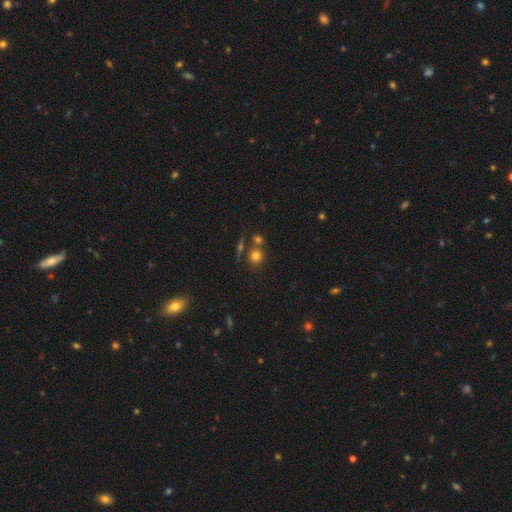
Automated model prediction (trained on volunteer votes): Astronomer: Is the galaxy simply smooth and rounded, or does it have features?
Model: smooth — 74%.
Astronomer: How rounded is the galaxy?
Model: round — 85%.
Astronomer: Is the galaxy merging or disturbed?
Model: none — 63%.